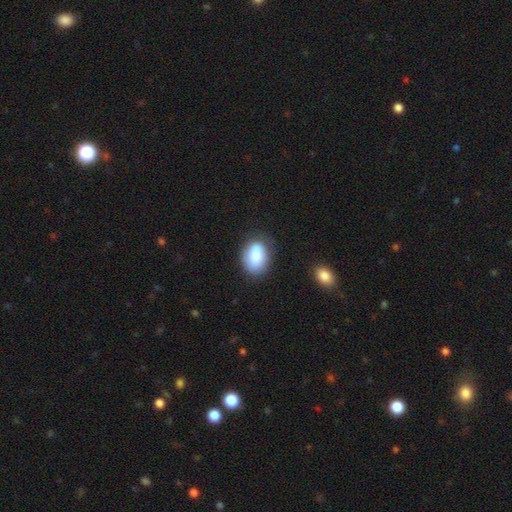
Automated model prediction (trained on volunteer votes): Smooth or featured? Predicted: smooth (p=0.79). How rounded? Predicted: in between (p=0.79). Merging? Predicted: none (p=0.77).